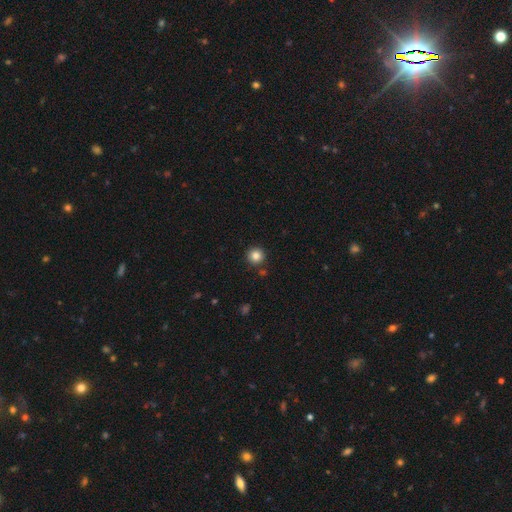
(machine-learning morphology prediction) The model was most divided on "smooth or featured": smooth: 84%, star or artifact: 11%, featured or disk: 5%. More confident: how rounded — round (95%); merging — none (88%).